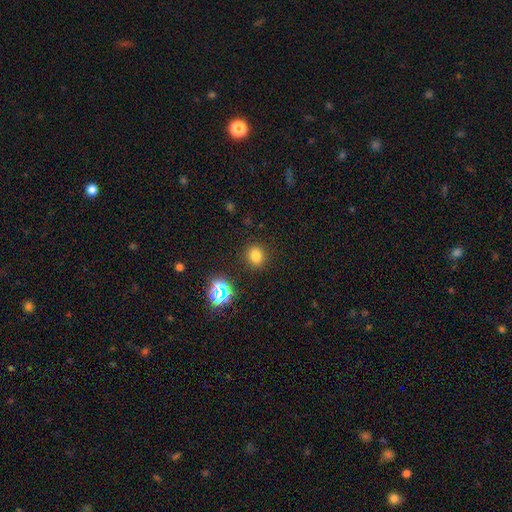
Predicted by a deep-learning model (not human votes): smooth-or-featured: smooth: 75% | star or artifact: 19% | featured or disk: 6%
  how-rounded: round: 67% | in between: 32% | cigar-shaped: 1%
  merging: none: 87% | minor disturbance: 8% | major disturbance: 3% | merger: 2%